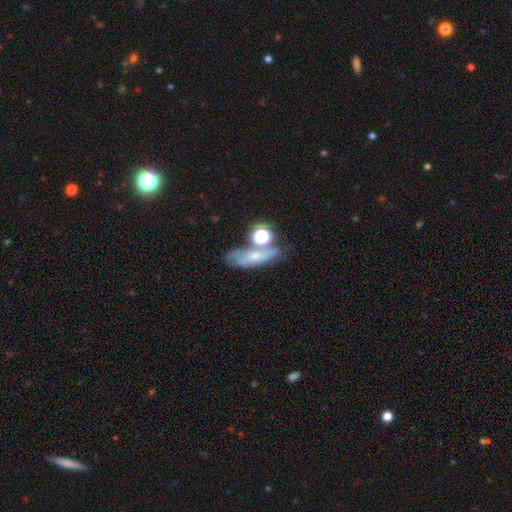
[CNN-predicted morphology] type=smooth (50%); roundness=in between (50%); merging=none (45%).